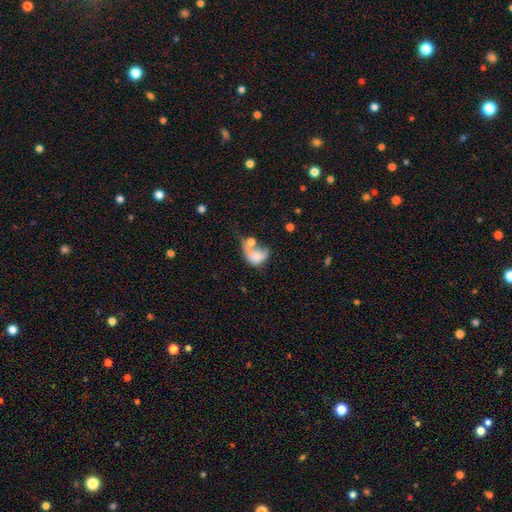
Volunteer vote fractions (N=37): Volunteers were most divided on "merging": major disturbance: 44%, merger: 42%, none: 8%, minor disturbance: 6%. More confident: how rounded — in between (79%); smooth or featured — smooth (78%).